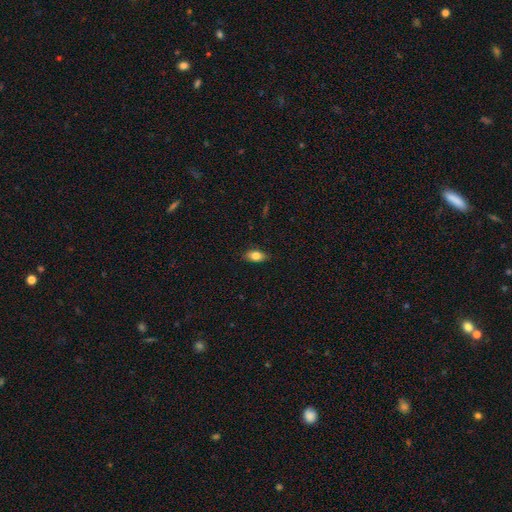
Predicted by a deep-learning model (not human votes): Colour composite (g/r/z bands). It shows a smooth galaxy with no disk features (81%) that is in between round and cigar-shaped (88%). Merging: none (85%).